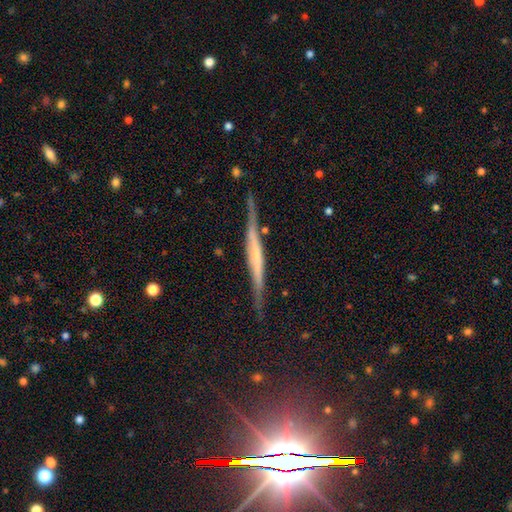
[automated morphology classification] This appears to be a featured or disk galaxy (74%) viewed edge-on (96%) with a rounded central bulge (38%). Merging: none (81%).